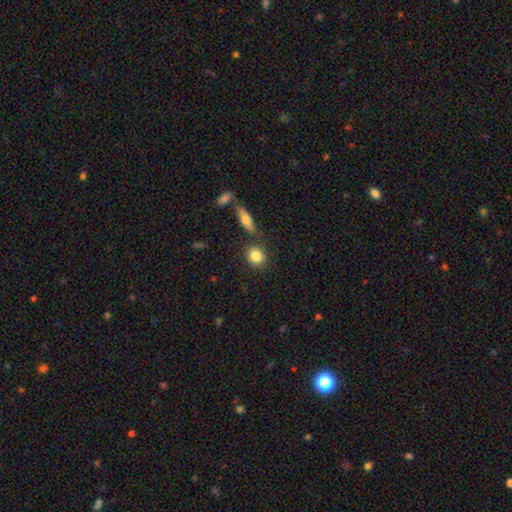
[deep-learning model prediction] Smooth or featured?
  - smooth: 83% *
  - featured or disk: 9%
  - star or artifact: 8%
How rounded?
  - round: 76% *
  - in between: 22%
  - cigar-shaped: 2%
Merging?
  - none: 78% *
  - merger: 10%
  - minor disturbance: 9%
  - major disturbance: 3%